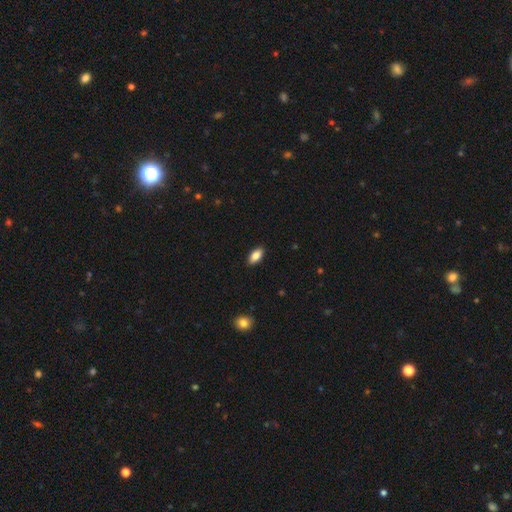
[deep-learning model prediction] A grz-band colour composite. It shows a smooth galaxy with no disk features (85%) that is in between round and cigar-shaped (91%). Merging: none (90%).